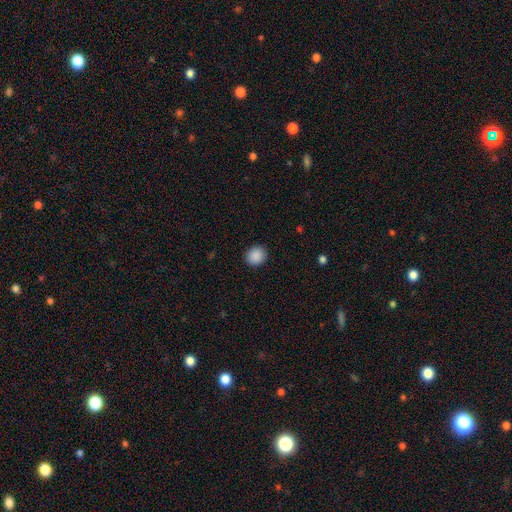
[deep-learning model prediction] smooth 89%, star or artifact 8%, featured or disk 2%. Down the decision tree: how rounded — round (84%); merging — none (91%).